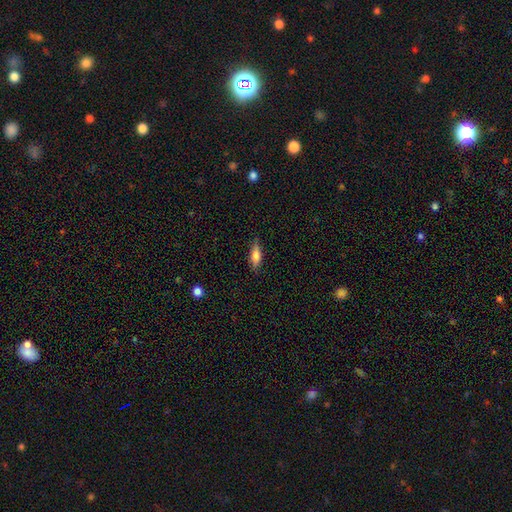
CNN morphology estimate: A smooth galaxy with no disk features (68%) that is in between round and cigar-shaped (54%). Merging: none (81%).